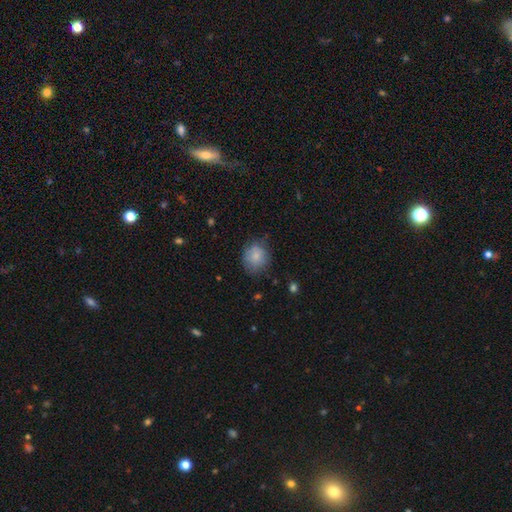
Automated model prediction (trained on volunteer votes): Morphology: type=smooth (80%); roundness=round (78%); merging=none (66%).